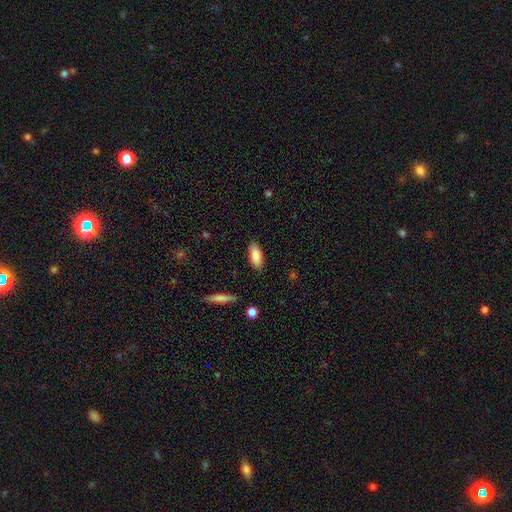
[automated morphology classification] smooth_or_featured: smooth (p=0.84) [alt: featured or disk p=0.10]
how_rounded: in between (p=0.79) [alt: cigar-shaped p=0.19]
merging: none (p=0.87) [alt: minor disturbance p=0.10]